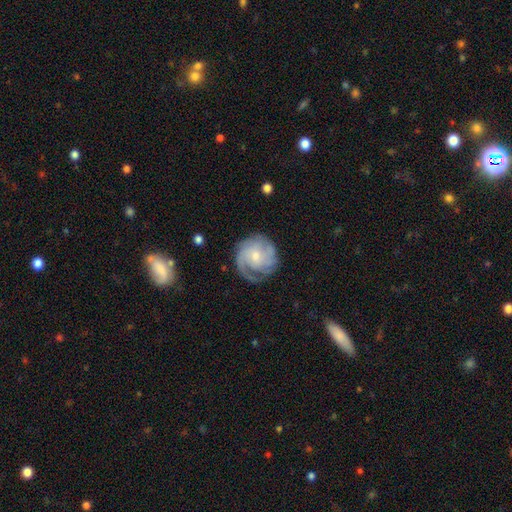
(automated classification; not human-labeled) This appears to be a featured or disk galaxy (72%) with no bar (65%), tight (49%) spiral arms (91%) and a small central bulge (56%). Merging: none (66%).